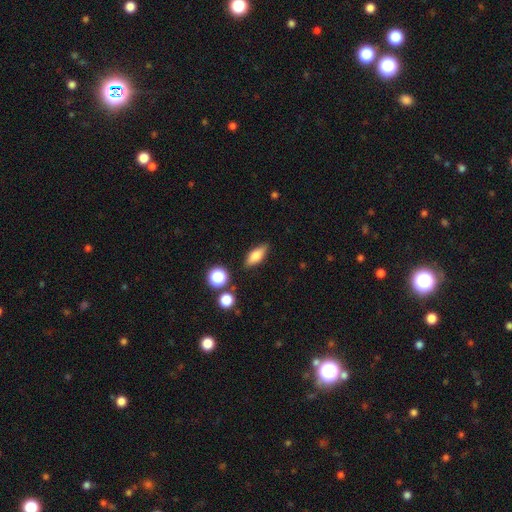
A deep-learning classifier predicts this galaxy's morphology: smooth_or_featured: smooth (p=0.69) [alt: featured or disk p=0.22]
how_rounded: in between (p=0.71) [alt: cigar-shaped p=0.23]
merging: none (p=0.84) [alt: minor disturbance p=0.11]